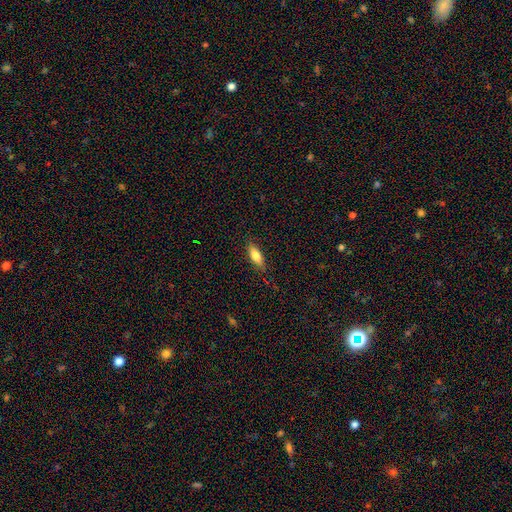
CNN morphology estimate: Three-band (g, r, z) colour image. It shows a smooth galaxy with no disk features (73%) that is in between round and cigar-shaped (63%). Merging: none (83%).